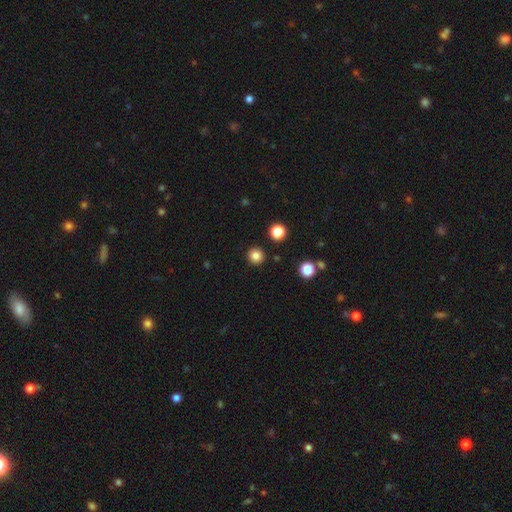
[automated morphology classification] smooth 83%, star or artifact 13%, featured or disk 4%. Down the decision tree: how rounded — round (95%); merging — none (92%).